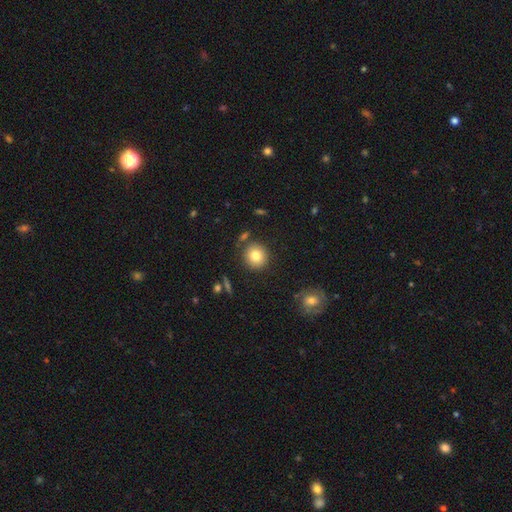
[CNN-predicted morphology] smooth 81%, star or artifact 10%, featured or disk 9%. Down the decision tree: how rounded — round (88%); merging — none (84%).